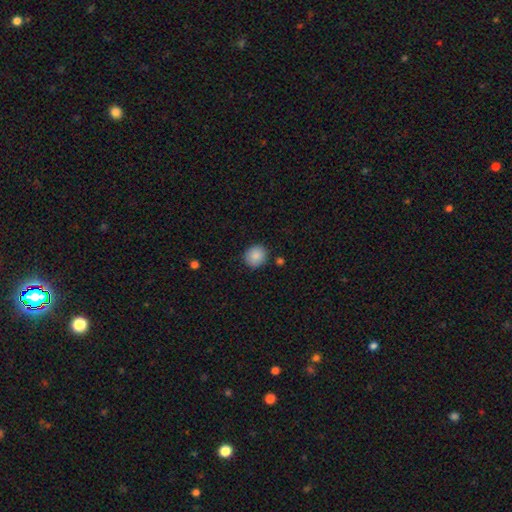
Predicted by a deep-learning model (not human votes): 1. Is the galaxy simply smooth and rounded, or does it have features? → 88% smooth, 8% star or artifact, 4% featured or disk.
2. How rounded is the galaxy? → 88% round, 11% in between, 1% cigar-shaped.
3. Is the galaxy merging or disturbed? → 87% none, 8% minor disturbance, 3% merger, 2% major disturbance.